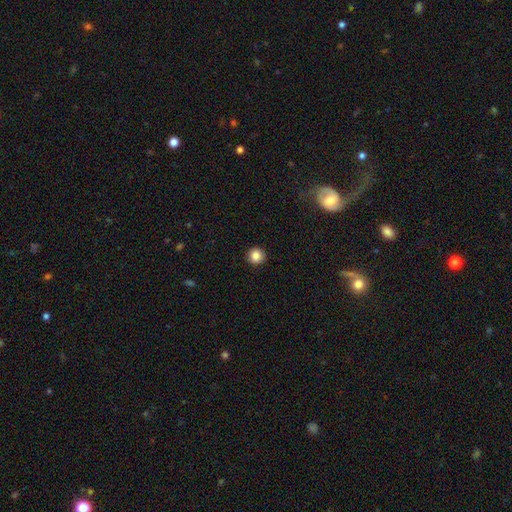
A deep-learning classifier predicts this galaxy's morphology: smooth-or-featured: smooth: 85% | star or artifact: 10% | featured or disk: 5%
  how-rounded: round: 95% | in between: 4% | cigar-shaped: 1%
  merging: none: 93% | minor disturbance: 4% | major disturbance: 1% | merger: 1%